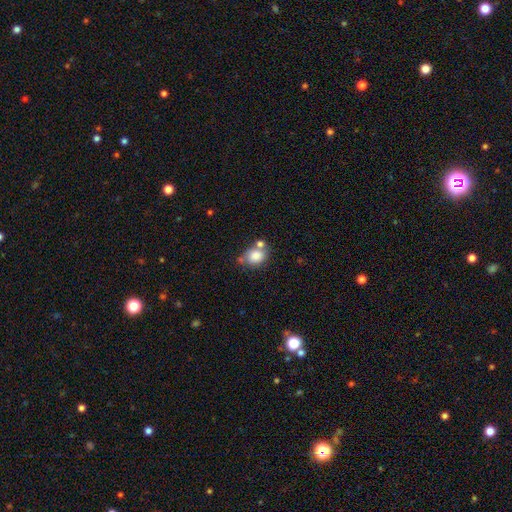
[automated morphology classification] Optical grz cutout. It shows a smooth galaxy with no disk features (81%) that is round (50%). Merging: none (47%).